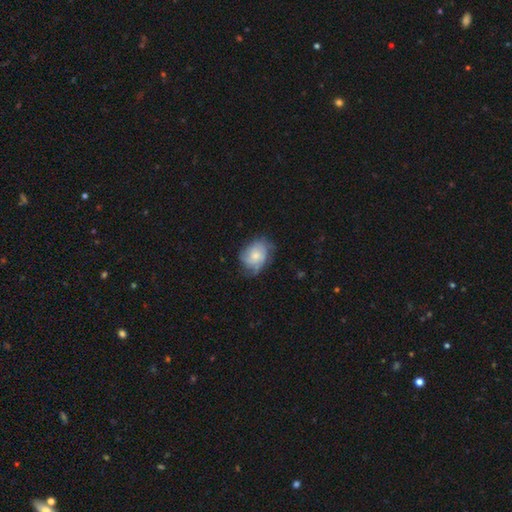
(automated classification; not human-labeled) smooth 49%, featured or disk 44%, star or artifact 8%. Down the decision tree: merging — none (55%).